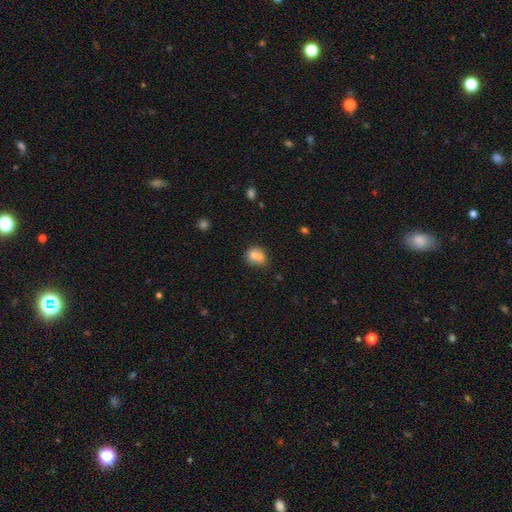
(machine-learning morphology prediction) smooth_or_featured: smooth (p=0.71) [alt: featured or disk p=0.19]
how_rounded: round (p=0.68) [alt: in between p=0.31]
merging: merger (p=0.54) [alt: none p=0.33]